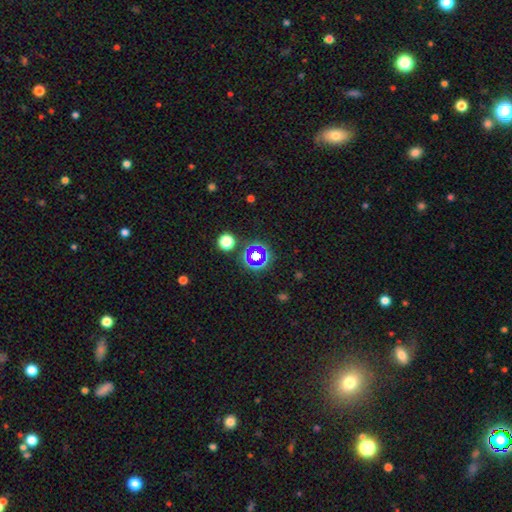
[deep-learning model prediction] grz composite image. It shows a star or artifact, not a galaxy (58%).